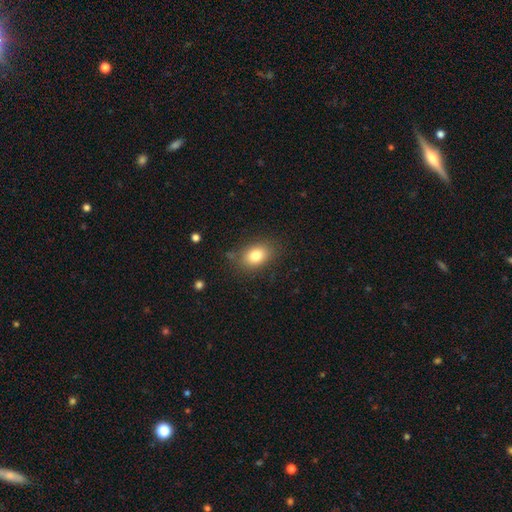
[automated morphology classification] This appears to be a smooth galaxy with no disk features (81%) that is in between round and cigar-shaped (76%). Merging: none (80%).